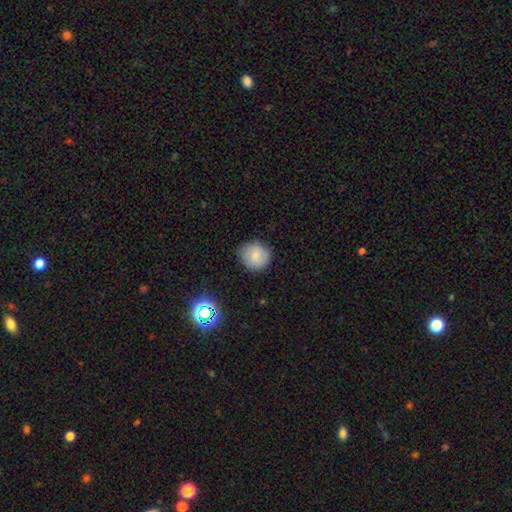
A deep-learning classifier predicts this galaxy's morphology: smooth-or-featured: smooth: 79% | featured or disk: 12% | star or artifact: 10%
  how-rounded: round: 88% | in between: 11% | cigar-shaped: 1%
  merging: none: 81% | minor disturbance: 15% | major disturbance: 3% | merger: 1%